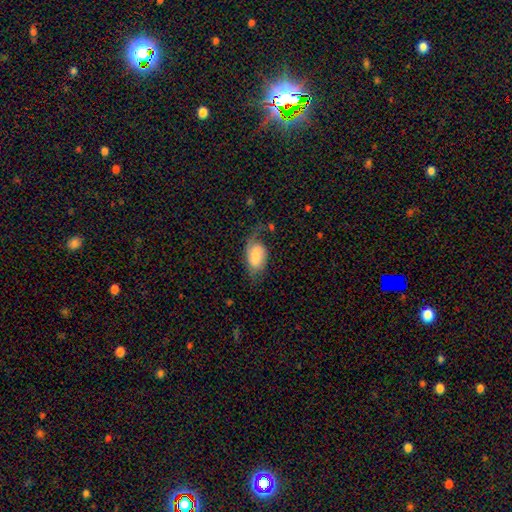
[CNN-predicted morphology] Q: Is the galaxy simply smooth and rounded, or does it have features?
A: smooth — 58%.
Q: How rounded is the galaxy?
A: in between — 91%.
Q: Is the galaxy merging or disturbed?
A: none — 39%.